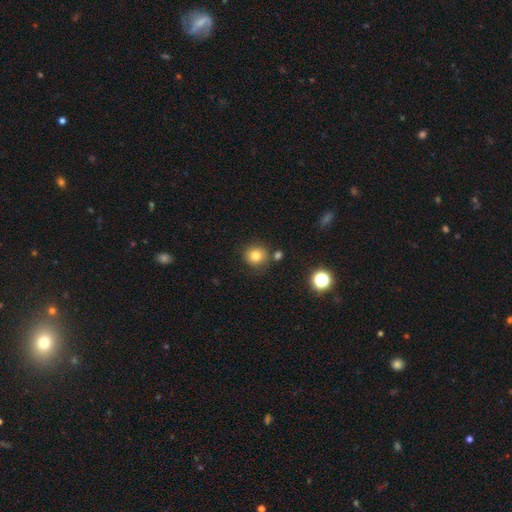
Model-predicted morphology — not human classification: Smooth or featured?
  - smooth: 79% *
  - star or artifact: 13%
  - featured or disk: 8%
How rounded?
  - round: 90% *
  - in between: 9%
  - cigar-shaped: 1%
Merging?
  - none: 79% *
  - minor disturbance: 11%
  - merger: 8%
  - major disturbance: 3%